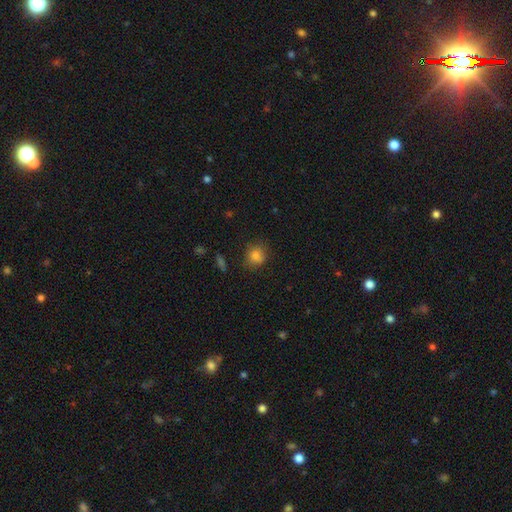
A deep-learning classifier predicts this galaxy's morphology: smooth 81%, star or artifact 11%, featured or disk 8%. Down the decision tree: how rounded — round (76%); merging — none (73%).